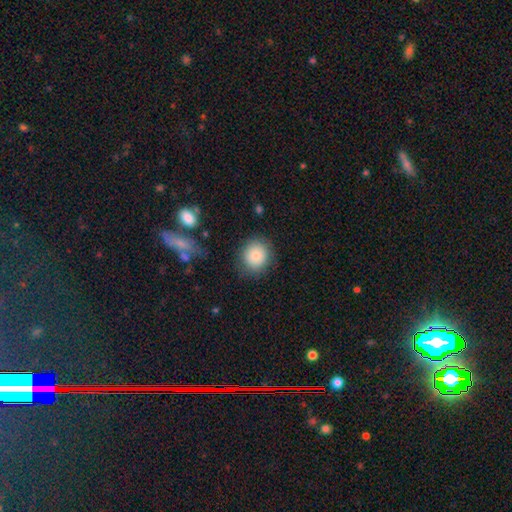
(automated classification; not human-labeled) smooth_or_featured: smooth (p=0.84) [alt: star or artifact p=0.09]
how_rounded: round (p=0.86) [alt: in between p=0.13]
merging: none (p=0.83) [alt: minor disturbance p=0.11]